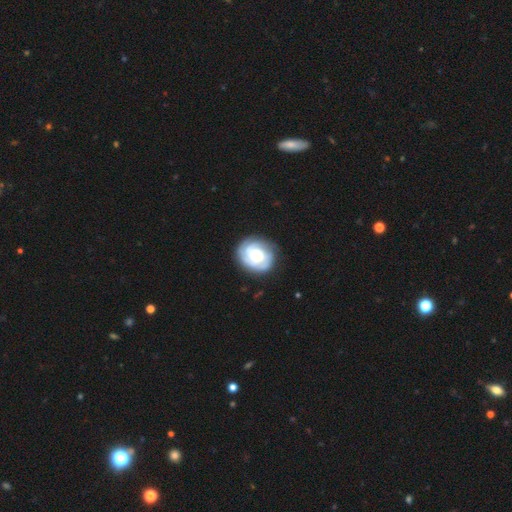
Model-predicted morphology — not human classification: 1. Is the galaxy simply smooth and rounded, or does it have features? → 73% featured or disk, 22% smooth, 6% star or artifact.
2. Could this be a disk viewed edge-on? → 98% no, 2% yes.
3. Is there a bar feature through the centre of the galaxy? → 74% no, 21% weak, 5% strong.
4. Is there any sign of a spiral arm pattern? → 92% yes, 8% no.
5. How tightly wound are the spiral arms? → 72% tight, 22% medium, 6% loose.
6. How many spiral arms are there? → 33% can't tell, 24% 3, 22% 2, 8% 1, 7% 4, 6% more than 4.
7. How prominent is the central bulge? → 47% moderate, 39% large, 8% small, 4% dominant, 2% none.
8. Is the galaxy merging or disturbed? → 79% none, 15% minor disturbance, 5% major disturbance, 1% merger.